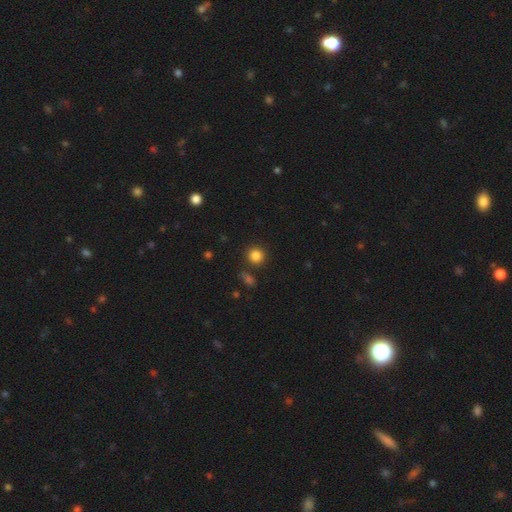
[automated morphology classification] The model was most divided on "smooth or featured": smooth: 84%, star or artifact: 12%, featured or disk: 4%. More confident: how rounded — round (91%); merging — none (84%).